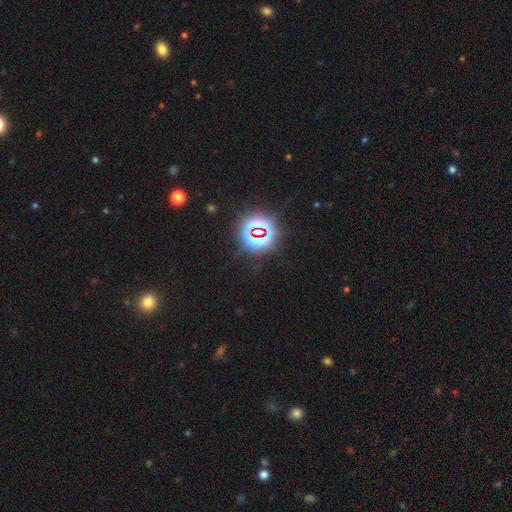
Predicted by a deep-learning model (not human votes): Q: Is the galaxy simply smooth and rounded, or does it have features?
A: star or artifact — 78%.